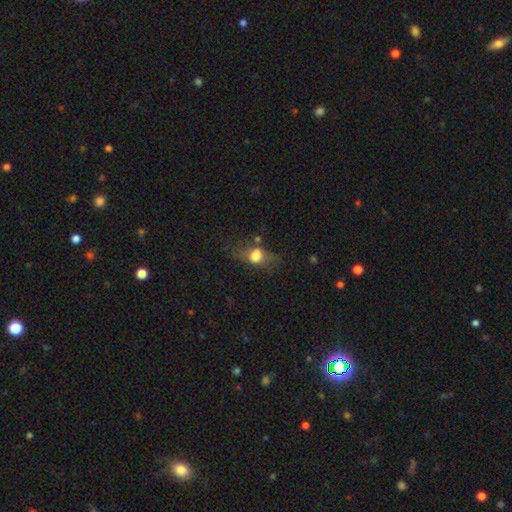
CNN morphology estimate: Smooth or featured? smooth (65%)
How rounded? in between (58%)
Merging? none (54%)